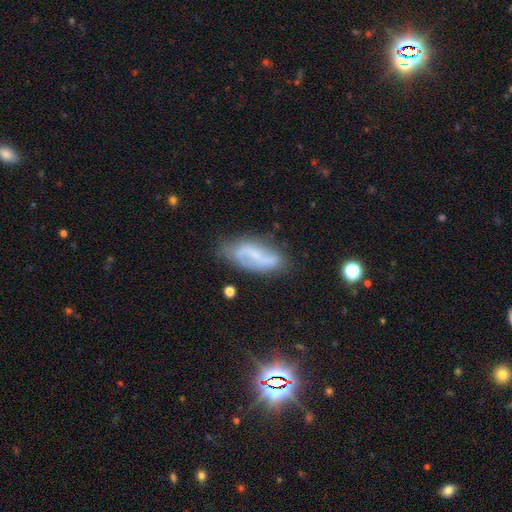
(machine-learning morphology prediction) Q: Smooth or featured?
A: featured or disk (61%); runner-up: smooth (30%)
Q: Edge-on disk?
A: no (92%); runner-up: yes (8%)
Q: Bar?
A: weak (41%); runner-up: no (34%)
Q: Spiral arms?
A: yes (81%); runner-up: no (19%)
Q: Bulge size?
A: small (43%); runner-up: none (38%)
Q: Merging?
A: none (68%); runner-up: minor disturbance (21%)